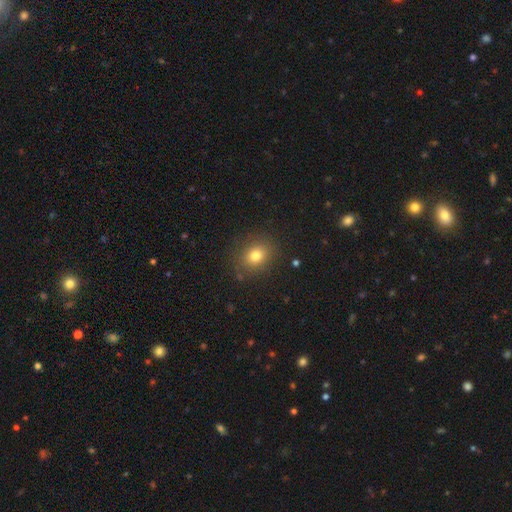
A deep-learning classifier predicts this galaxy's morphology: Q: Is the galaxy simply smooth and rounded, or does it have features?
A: smooth — 78%.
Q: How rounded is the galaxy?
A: round — 60%.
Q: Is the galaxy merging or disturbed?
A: none — 85%.